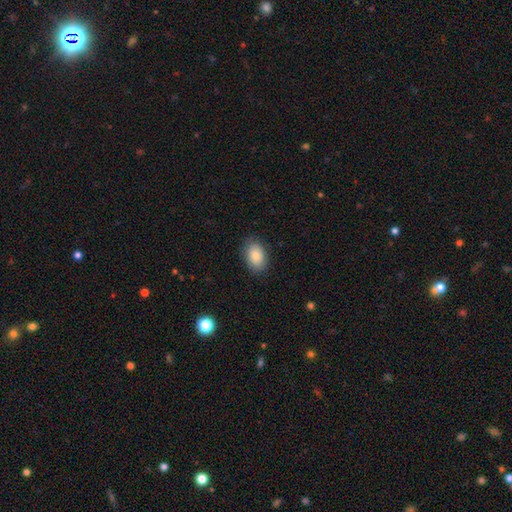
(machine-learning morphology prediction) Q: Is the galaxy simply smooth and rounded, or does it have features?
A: smooth — 84%.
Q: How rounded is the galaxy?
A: in between — 86%.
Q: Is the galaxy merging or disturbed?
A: none — 86%.